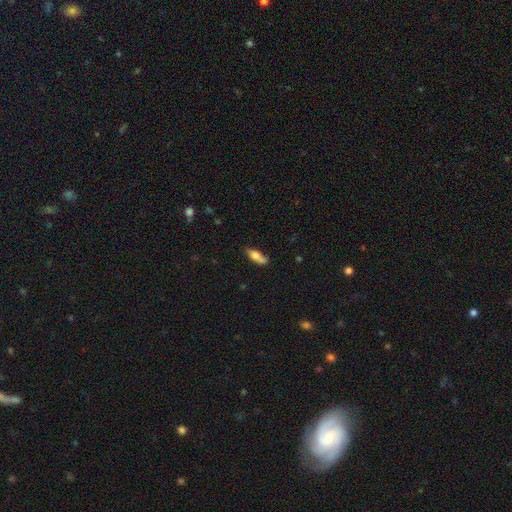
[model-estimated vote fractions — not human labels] A smooth galaxy with no disk features (73%) that is in between round and cigar-shaped (70%). Merging: none (45%).